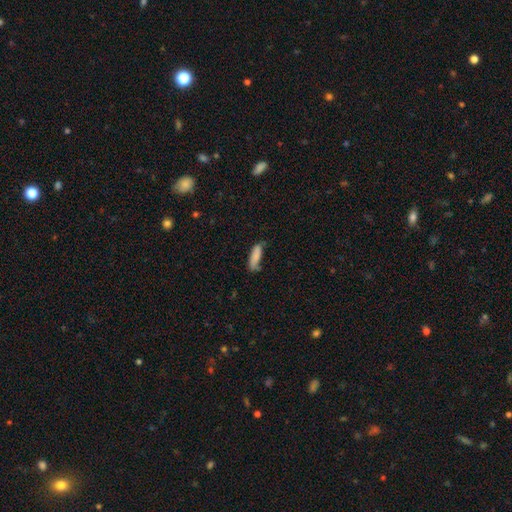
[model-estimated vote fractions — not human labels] Overall: smooth (83%). How rounded: cigar-shaped (55%; in between 43%). Merging: none (55%; minor disturbance 30%).